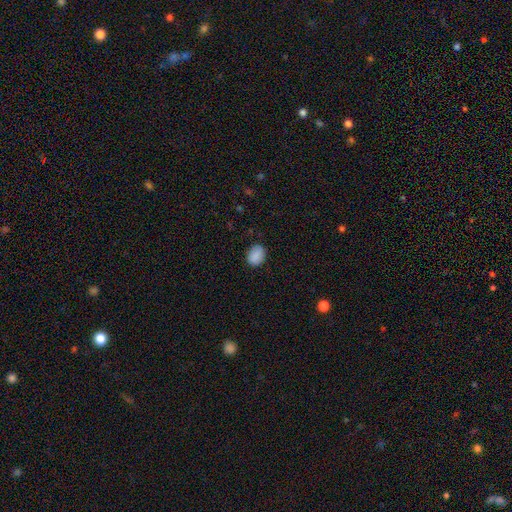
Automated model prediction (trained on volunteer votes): Morphology: type=smooth (89%); roundness=in between (64%); merging=none (84%).